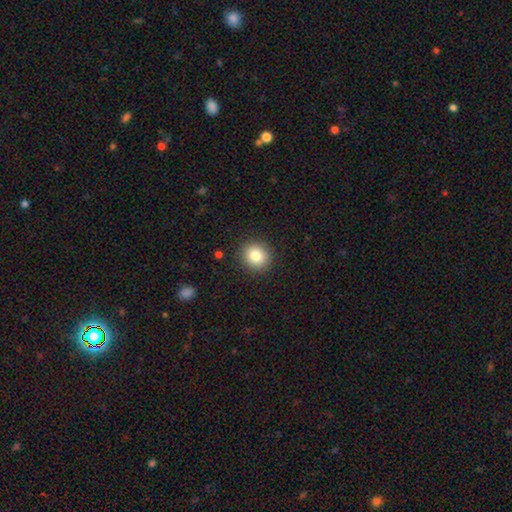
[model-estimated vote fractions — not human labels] Smooth or featured?
  - smooth: 83% *
  - star or artifact: 10%
  - featured or disk: 7%
How rounded?
  - round: 83% *
  - in between: 16%
  - cigar-shaped: 1%
Merging?
  - none: 90% *
  - minor disturbance: 7%
  - major disturbance: 2%
  - merger: 1%